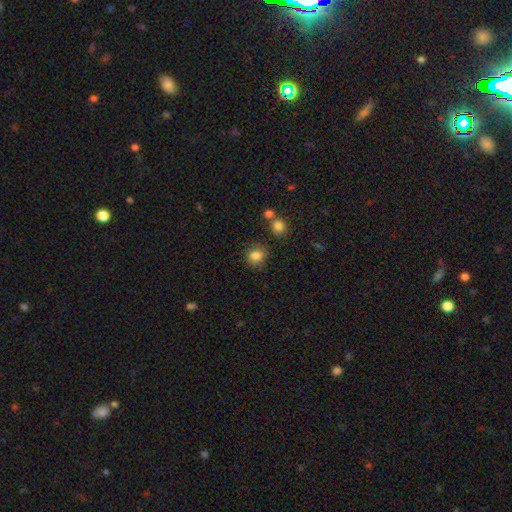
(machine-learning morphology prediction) Q: Smooth or featured?
A: smooth (83%); runner-up: star or artifact (11%)
Q: How rounded?
A: round (75%); runner-up: in between (24%)
Q: Merging?
A: none (76%); runner-up: minor disturbance (15%)